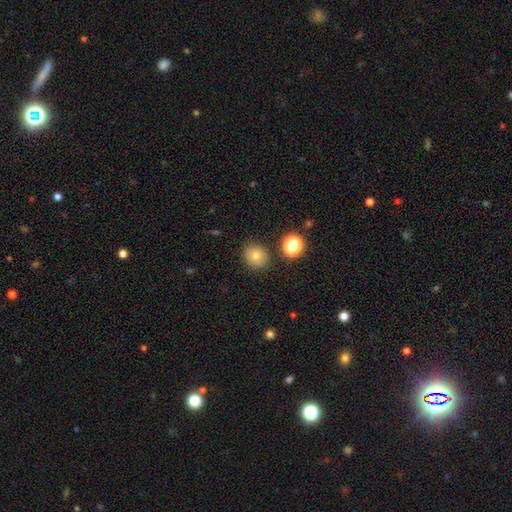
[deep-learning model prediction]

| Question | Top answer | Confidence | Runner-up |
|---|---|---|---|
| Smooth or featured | smooth | 75% | star or artifact (13%) |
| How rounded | round | 86% | in between (14%) |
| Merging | none | 87% | minor disturbance (8%) |